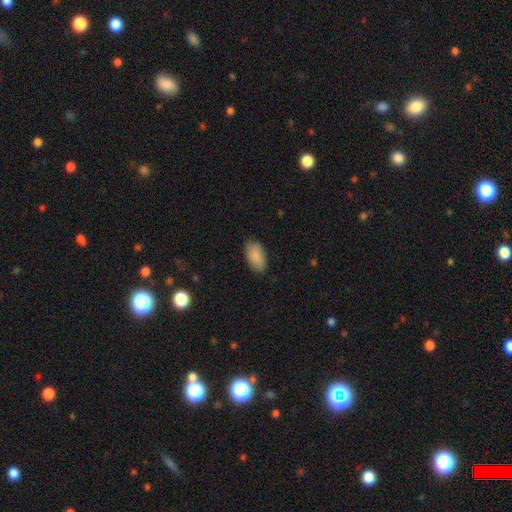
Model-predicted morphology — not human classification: type=smooth (88%); roundness=in between (94%); merging=none (84%).